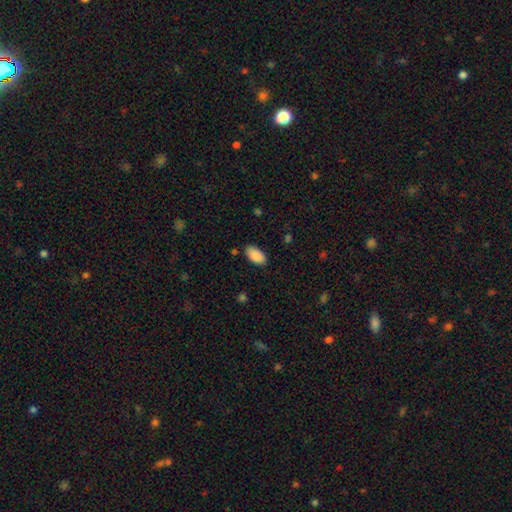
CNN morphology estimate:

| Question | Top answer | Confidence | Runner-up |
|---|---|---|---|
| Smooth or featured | smooth | 89% | star or artifact (7%) |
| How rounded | in between | 95% | cigar-shaped (3%) |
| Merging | none | 85% | minor disturbance (11%) |